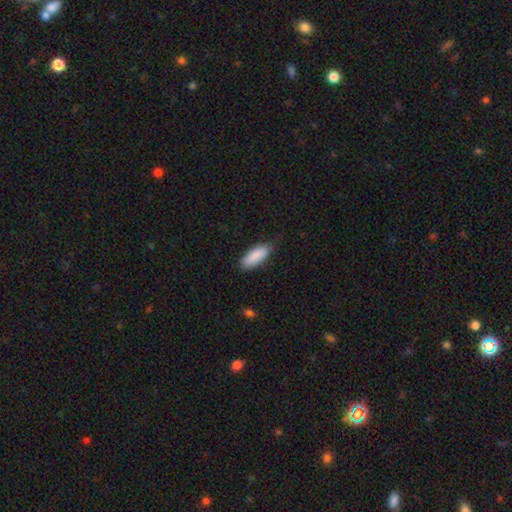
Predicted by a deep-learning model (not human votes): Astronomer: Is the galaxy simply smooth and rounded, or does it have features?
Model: smooth — 88%.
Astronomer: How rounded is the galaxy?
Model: in between — 76%.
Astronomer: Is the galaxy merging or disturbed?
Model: none — 66%.